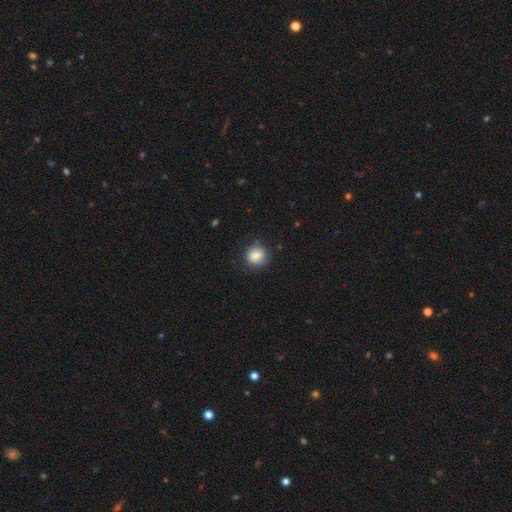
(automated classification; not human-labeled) smooth 83%, star or artifact 9%, featured or disk 9%. Down the decision tree: how rounded — round (79%); merging — none (79%).